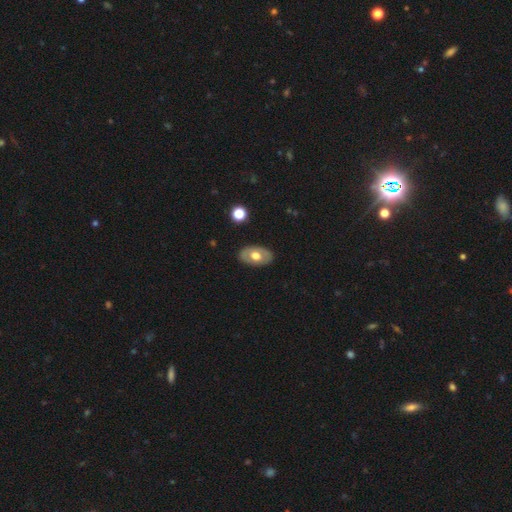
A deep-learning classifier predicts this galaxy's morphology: smooth-or-featured: smooth: 51% | featured or disk: 43% | star or artifact: 6%
  how-rounded: in between: 87% | round: 11% | cigar-shaped: 1%
  merging: none: 84% | minor disturbance: 12% | major disturbance: 3% | merger: 1%